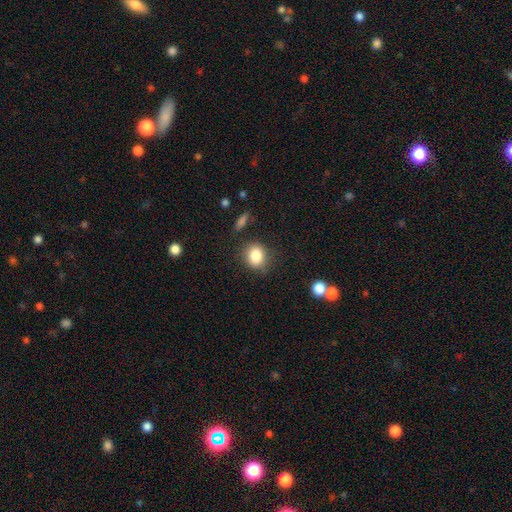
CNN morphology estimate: Smooth or featured? smooth (84%)
How rounded? round (68%)
Merging? none (80%)